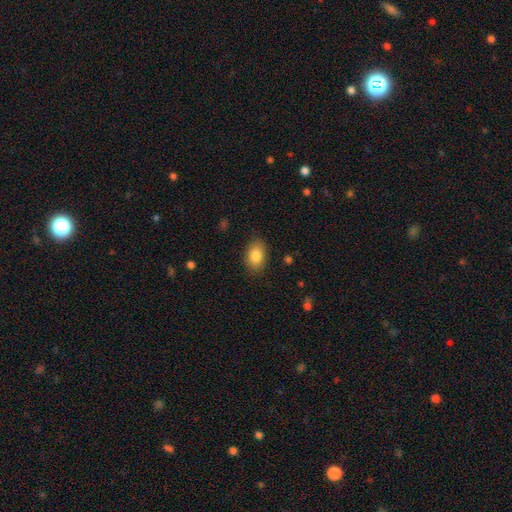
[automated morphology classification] smooth 84%, featured or disk 8%, star or artifact 8%. Down the decision tree: how rounded — in between (88%); merging — none (86%).